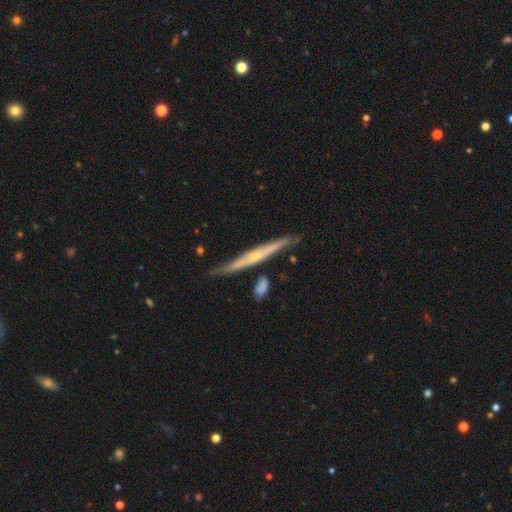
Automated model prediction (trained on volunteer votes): smooth-or-featured: featured or disk: 74% | smooth: 21% | star or artifact: 6%
  disk-edge-on: yes: 95% | no: 5%
    edge-on-bulge: rounded: 70% | none: 26% | boxy: 5%
  merging: none: 79% | minor disturbance: 13% | merger: 5% | major disturbance: 2%